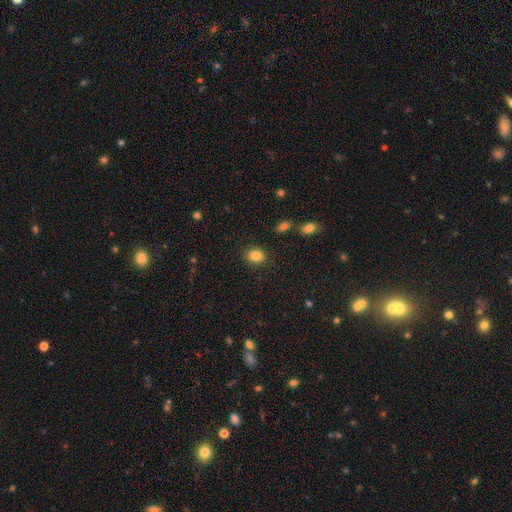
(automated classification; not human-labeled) This appears to be a smooth galaxy with no disk features (85%) that is round (57%). Merging: none (89%).